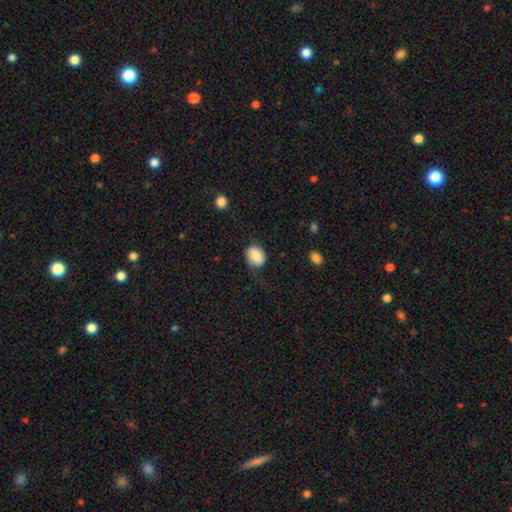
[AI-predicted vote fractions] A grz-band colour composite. It shows a smooth galaxy with no disk features (78%) that is in between round and cigar-shaped (66%). Merging: none (60%).